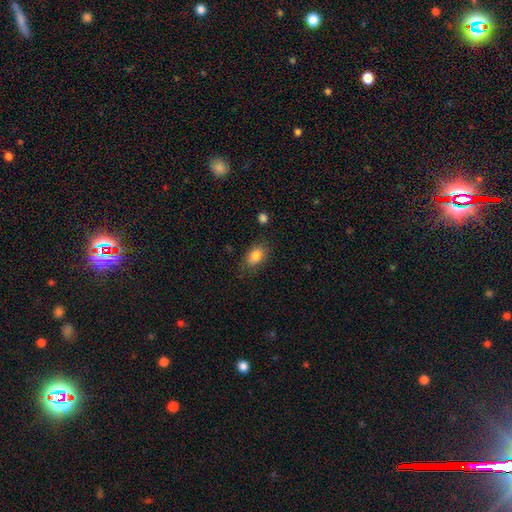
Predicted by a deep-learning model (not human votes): Smooth or featured: smooth — 83% (featured or disk — 9%)
How rounded: in between — 80% (round — 19%)
Merging: none — 76% (minor disturbance — 17%)